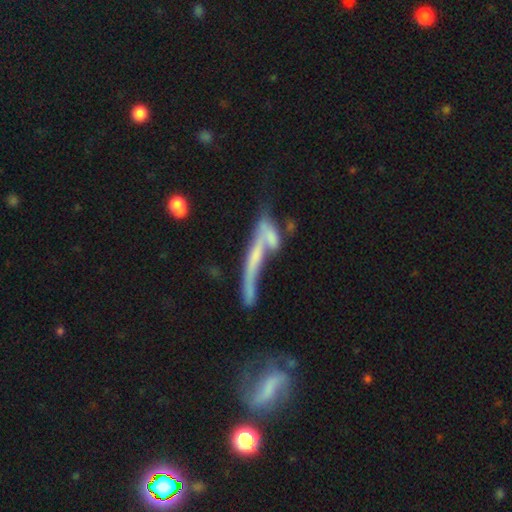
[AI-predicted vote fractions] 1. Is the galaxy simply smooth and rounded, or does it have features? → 56% featured or disk, 32% smooth, 12% star or artifact.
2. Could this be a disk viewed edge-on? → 52% yes, 48% no.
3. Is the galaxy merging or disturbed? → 50% merger, 20% none, 19% major disturbance, 11% minor disturbance.